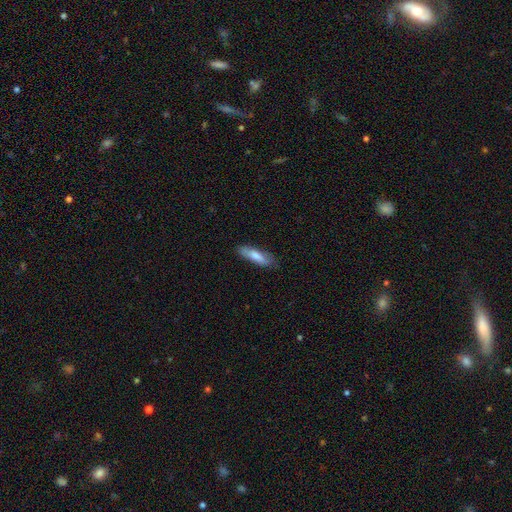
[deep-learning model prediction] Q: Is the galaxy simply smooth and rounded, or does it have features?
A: smooth — 75%.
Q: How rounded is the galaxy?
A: cigar-shaped — 62%.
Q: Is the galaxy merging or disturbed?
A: none — 77%.